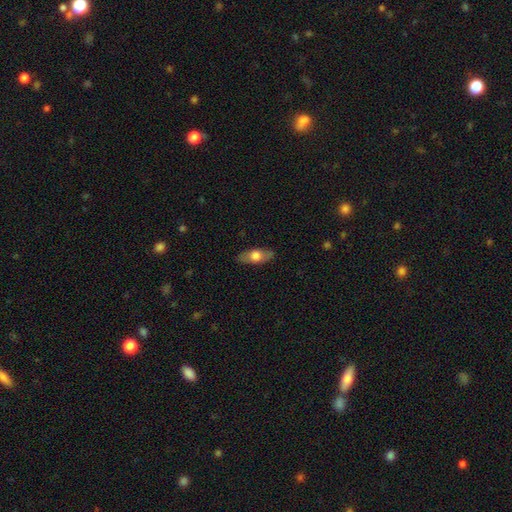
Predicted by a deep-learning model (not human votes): Overall: smooth (60%; featured or disk 34%). How rounded: in between (77%). Merging: none (85%).